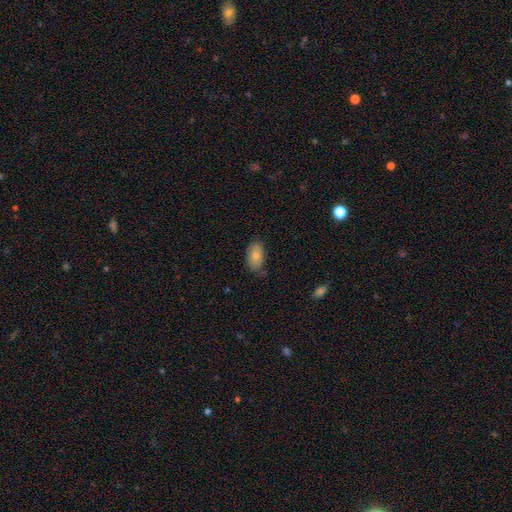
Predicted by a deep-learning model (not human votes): smooth_or_featured: smooth (p=0.82) [alt: featured or disk p=0.11]
how_rounded: in between (p=0.93) [alt: round p=0.05]
merging: none (p=0.73) [alt: minor disturbance p=0.22]